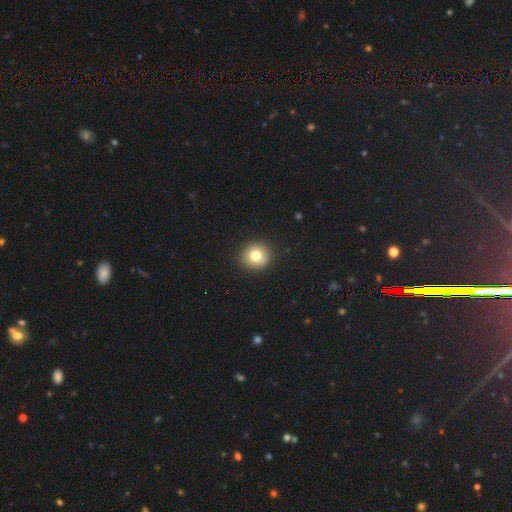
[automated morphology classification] This is likely a smooth galaxy (78%). How rounded: clearly round (89%). Merging: clearly none (91%).